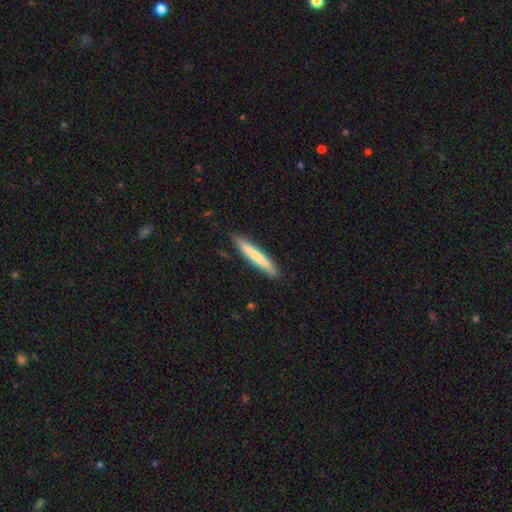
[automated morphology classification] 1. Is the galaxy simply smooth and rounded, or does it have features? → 64% smooth, 29% featured or disk, 7% star or artifact.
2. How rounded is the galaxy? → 96% cigar-shaped, 3% in between, 1% round.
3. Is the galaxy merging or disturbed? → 90% none, 8% minor disturbance, 1% major disturbance, 1% merger.